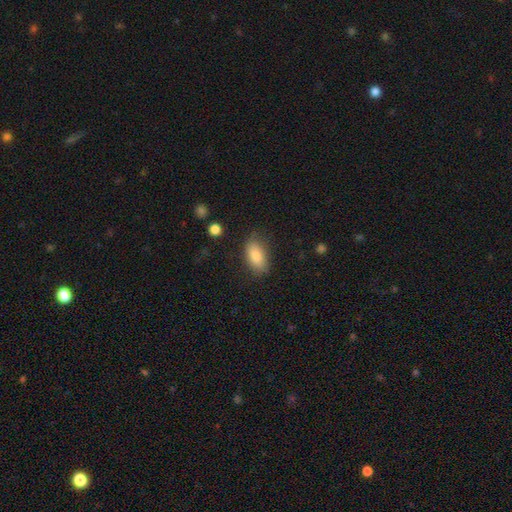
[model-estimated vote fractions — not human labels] Smooth or featured? smooth (84%)
How rounded? in between (90%)
Merging? none (79%)